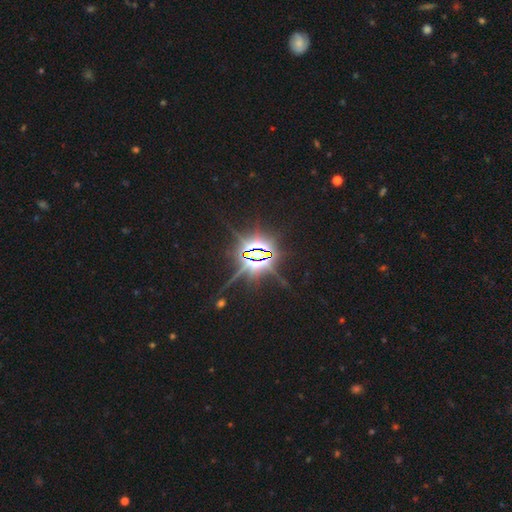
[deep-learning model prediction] Morphology: type=star or artifact (84%).